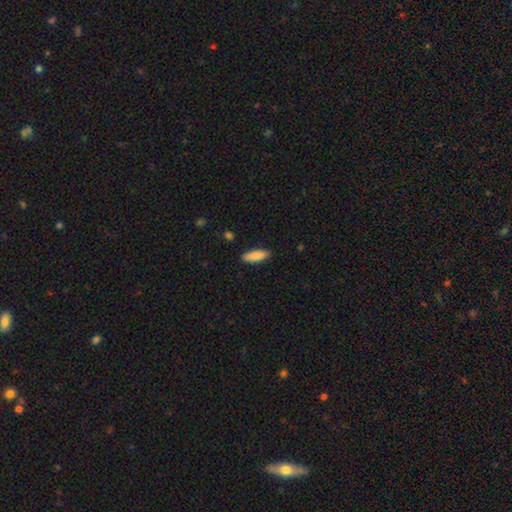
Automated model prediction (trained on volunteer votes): This is clearly a smooth galaxy (88%). How rounded: likely in between (67%). Merging: clearly none (87%).